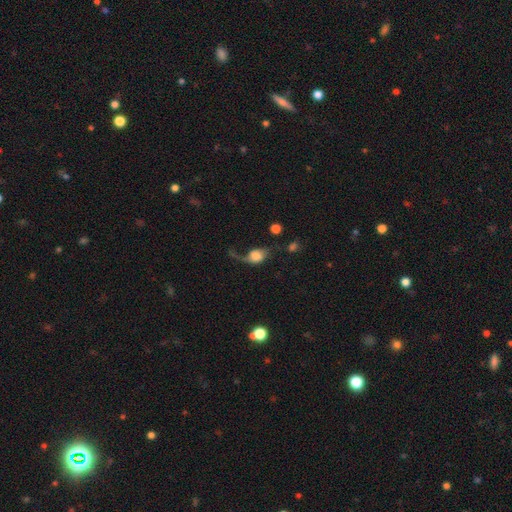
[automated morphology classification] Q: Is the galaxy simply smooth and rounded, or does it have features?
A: smooth — 53%.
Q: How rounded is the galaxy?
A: in between — 58%.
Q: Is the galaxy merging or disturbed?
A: major disturbance — 43%.